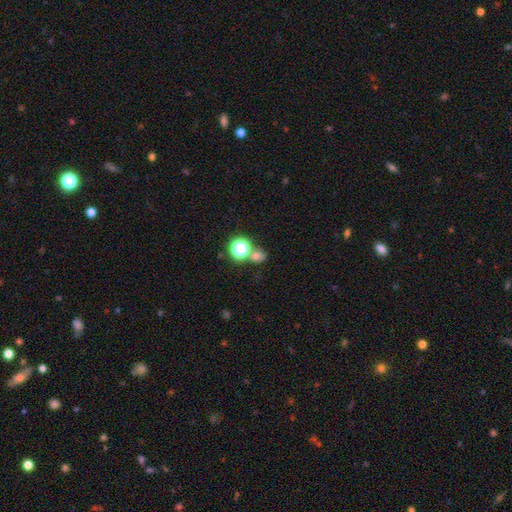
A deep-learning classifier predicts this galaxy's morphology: Overall: smooth (60%; star or artifact 31%). How rounded: round (70%). Merging: none (58%; merger 27%).